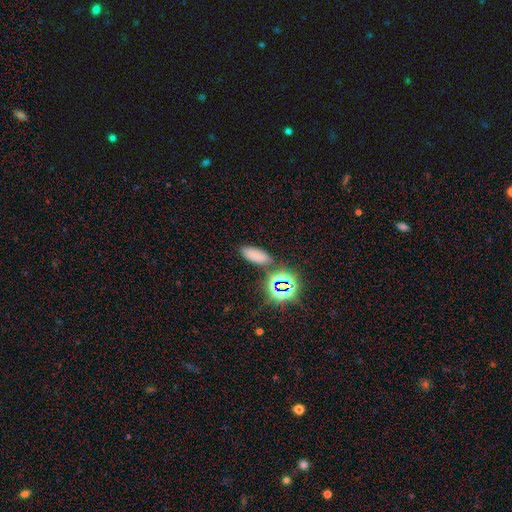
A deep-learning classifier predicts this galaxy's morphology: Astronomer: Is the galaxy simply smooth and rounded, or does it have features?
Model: smooth — 69%.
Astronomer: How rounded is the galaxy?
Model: in between — 81%.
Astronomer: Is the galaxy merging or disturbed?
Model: none — 81%.